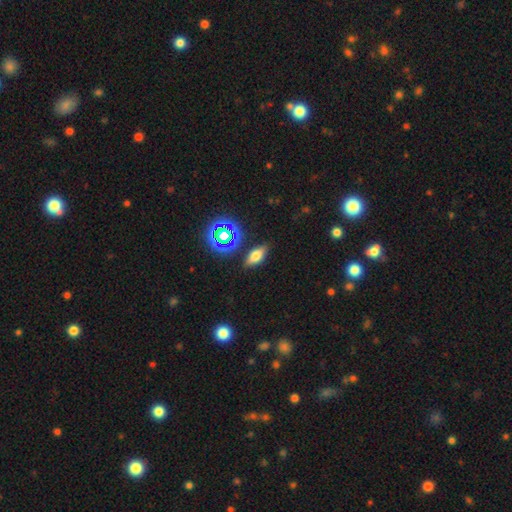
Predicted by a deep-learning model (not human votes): Morphology: type=smooth (60%); roundness=in between (75%); merging=none (84%).